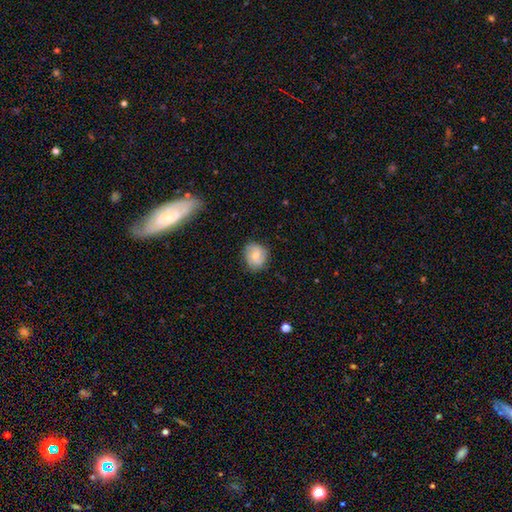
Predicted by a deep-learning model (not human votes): Smooth or featured? smooth (46%, tied with featured or disk)
Merging? none (77%)